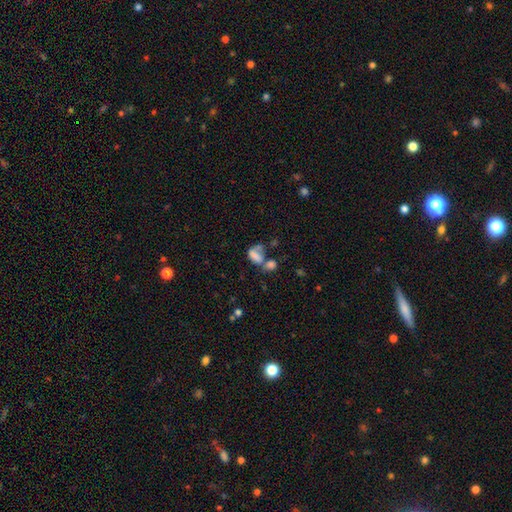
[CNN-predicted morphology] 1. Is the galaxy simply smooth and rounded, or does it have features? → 65% smooth, 21% featured or disk, 13% star or artifact.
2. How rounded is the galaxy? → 83% in between, 15% round, 3% cigar-shaped.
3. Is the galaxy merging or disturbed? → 51% merger, 18% major disturbance, 18% none, 12% minor disturbance.